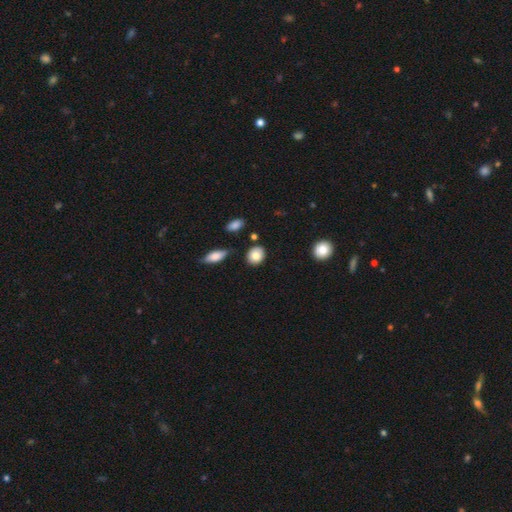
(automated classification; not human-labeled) smooth 82%, featured or disk 10%, star or artifact 8%. Down the decision tree: how rounded — round (64%); merging — none (82%).